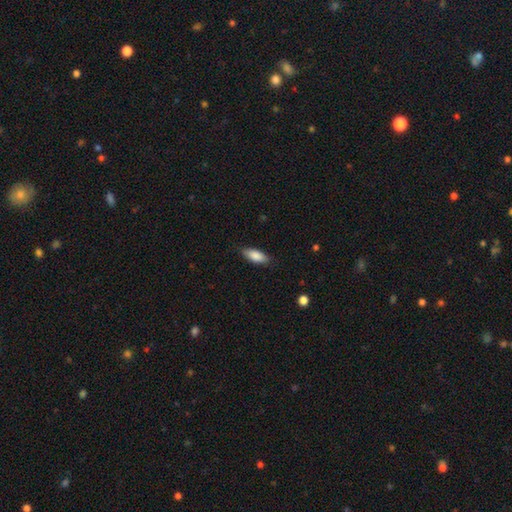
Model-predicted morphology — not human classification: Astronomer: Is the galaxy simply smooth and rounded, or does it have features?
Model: smooth — 85%.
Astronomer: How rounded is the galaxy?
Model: in between — 78%.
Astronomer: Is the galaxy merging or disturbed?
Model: none — 83%.